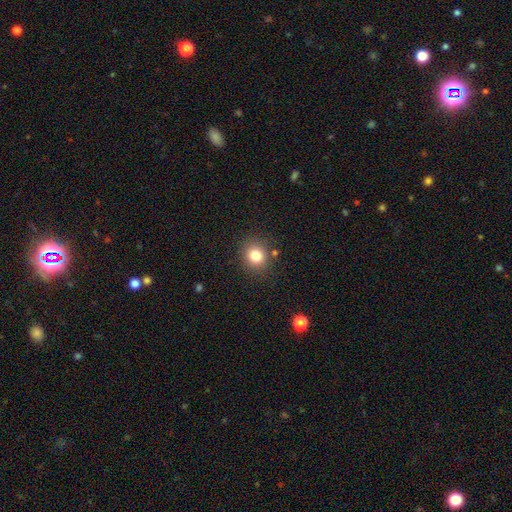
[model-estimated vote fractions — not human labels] This appears to be a smooth galaxy with no disk features (81%) that is round (83%). Merging: none (85%).